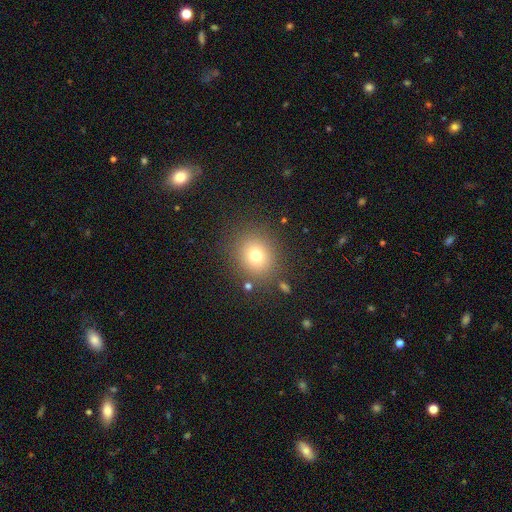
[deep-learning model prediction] smooth 75%, star or artifact 15%, featured or disk 10%. Down the decision tree: how rounded — round (75%); merging — none (84%).